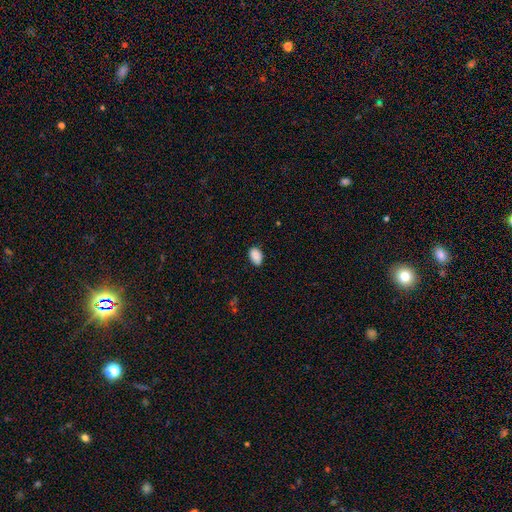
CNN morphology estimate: This is clearly a smooth galaxy (90%). How rounded: clearly in between (90%). Merging: clearly none (84%).